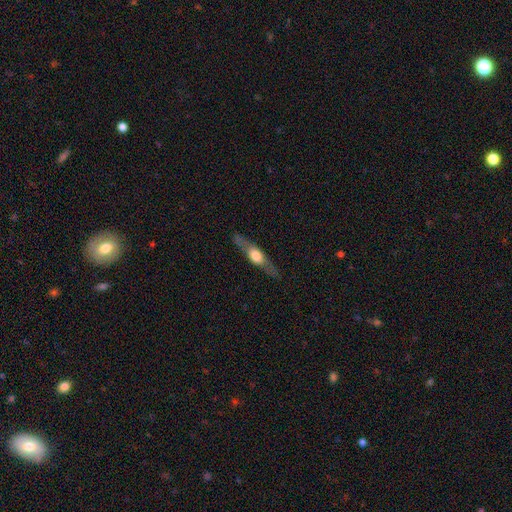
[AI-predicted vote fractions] Smooth or featured?
  - featured or disk: 61% *
  - smooth: 33%
  - star or artifact: 6%
Edge-on disk?
  - yes: 89% *
  - no: 11%
Edge-on bulge?
  - rounded: 90% *
  - boxy: 7%
  - none: 3%
Merging?
  - none: 82% *
  - minor disturbance: 12%
  - major disturbance: 4%
  - merger: 1%